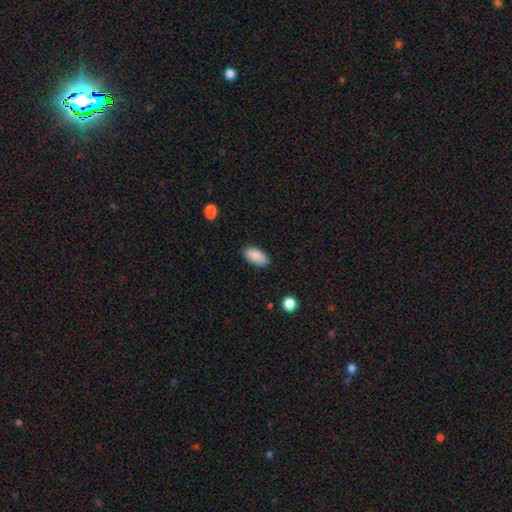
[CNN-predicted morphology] smooth_or_featured: smooth (p=0.89) [alt: star or artifact p=0.07]
how_rounded: in between (p=0.92) [alt: cigar-shaped p=0.06]
merging: none (p=0.86) [alt: minor disturbance p=0.11]